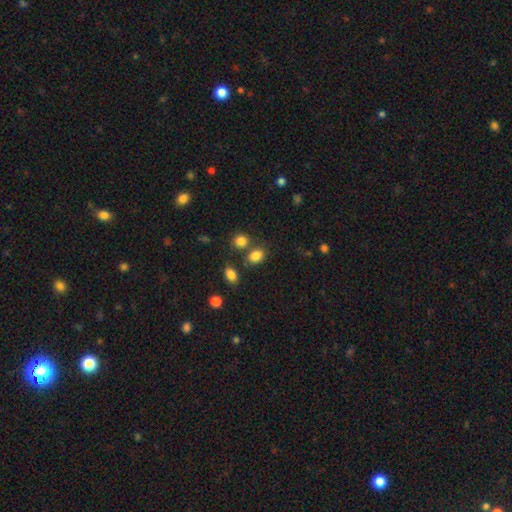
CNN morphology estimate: Q: Smooth or featured?
A: smooth (83%); runner-up: star or artifact (11%)
Q: How rounded?
A: in between (63%); runner-up: round (36%)
Q: Merging?
A: none (66%); runner-up: merger (16%)